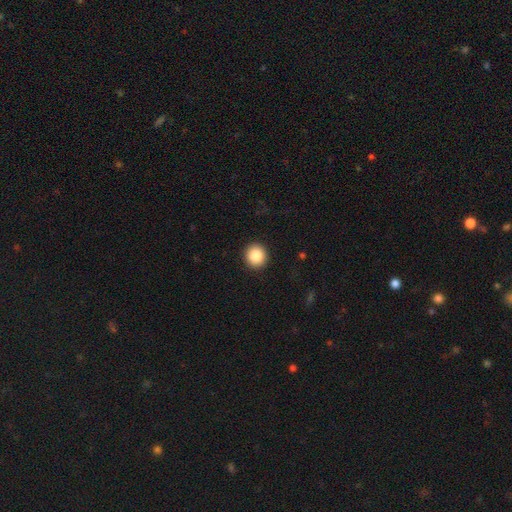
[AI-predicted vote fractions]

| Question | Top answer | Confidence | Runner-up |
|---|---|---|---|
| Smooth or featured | smooth | 87% | star or artifact (8%) |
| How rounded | round | 92% | in between (8%) |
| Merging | none | 93% | minor disturbance (5%) |